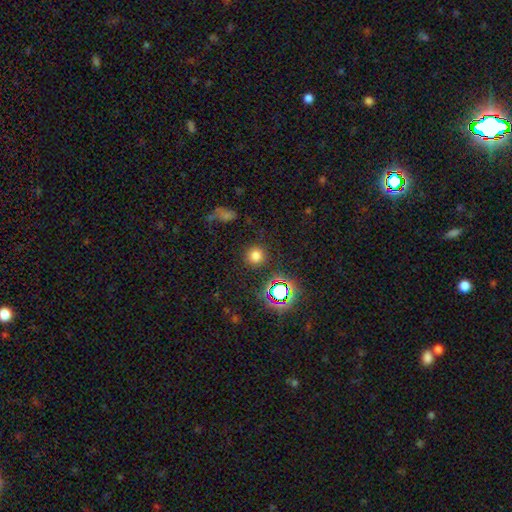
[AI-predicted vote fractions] The model was most divided on "smooth or featured": smooth: 73%, star or artifact: 21%, featured or disk: 6%. More confident: how rounded — round (93%); merging — none (88%).